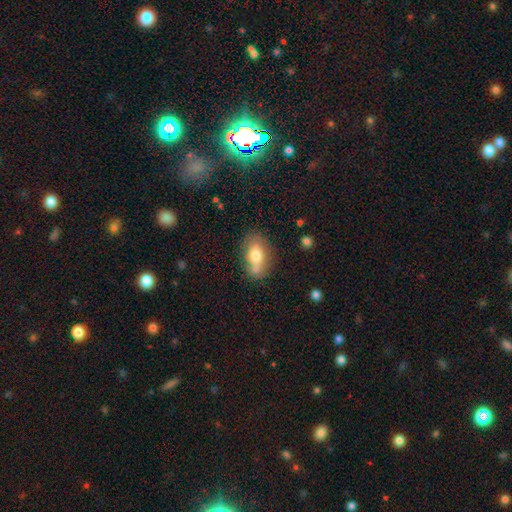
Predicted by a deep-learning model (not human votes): A smooth galaxy with no disk features (70%) that is in between round and cigar-shaped (87%). Merging: none (57%).